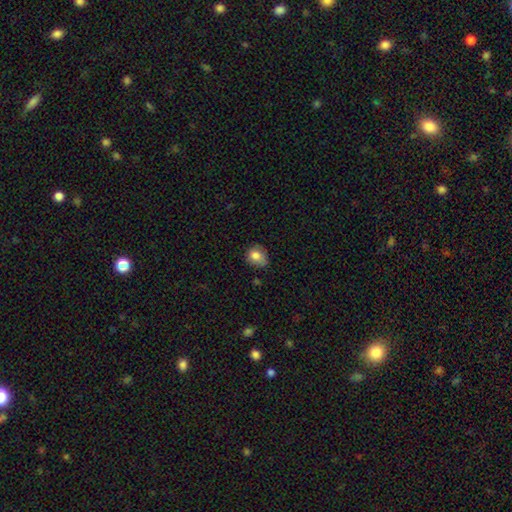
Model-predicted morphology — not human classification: Smooth or featured: smooth — 79% (featured or disk — 11%)
How rounded: round — 62% (in between — 37%)
Merging: none — 58% (minor disturbance — 31%)